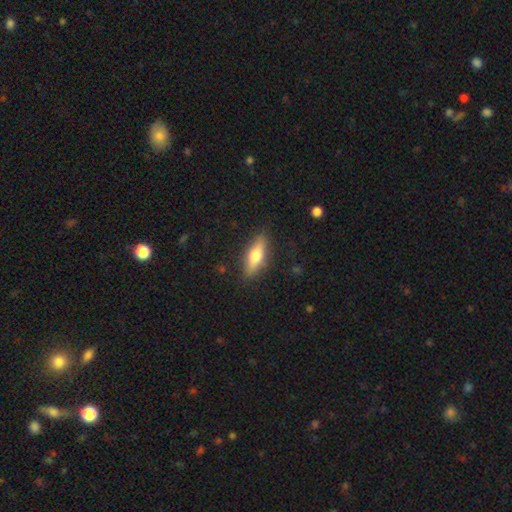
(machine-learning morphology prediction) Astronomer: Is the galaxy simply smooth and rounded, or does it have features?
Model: smooth — 60%.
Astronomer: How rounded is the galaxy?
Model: in between — 52% (runner-up: cigar-shaped, 45%).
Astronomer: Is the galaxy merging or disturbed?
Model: none — 86%.